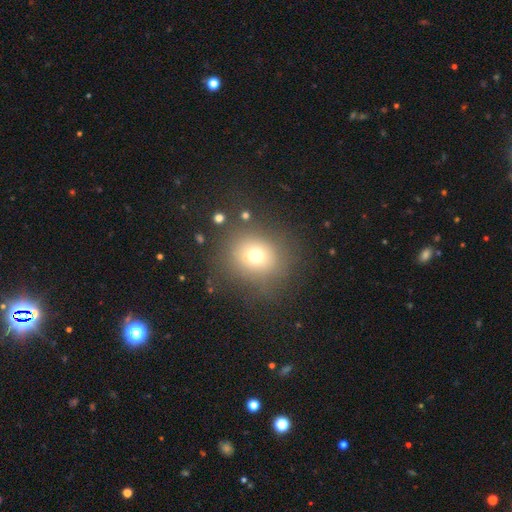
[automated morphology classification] This is likely a smooth galaxy (67%). How rounded: likely round (80%). Merging: likely none (73%).